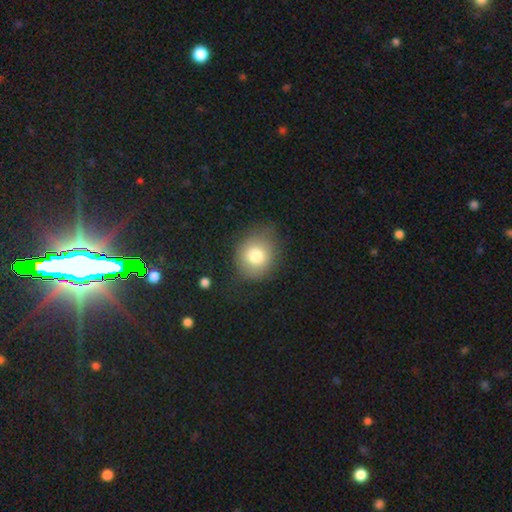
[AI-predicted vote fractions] Smooth or featured? Predicted: smooth (p=0.78). How rounded? Predicted: round (p=0.71). Merging? Predicted: none (p=0.71).